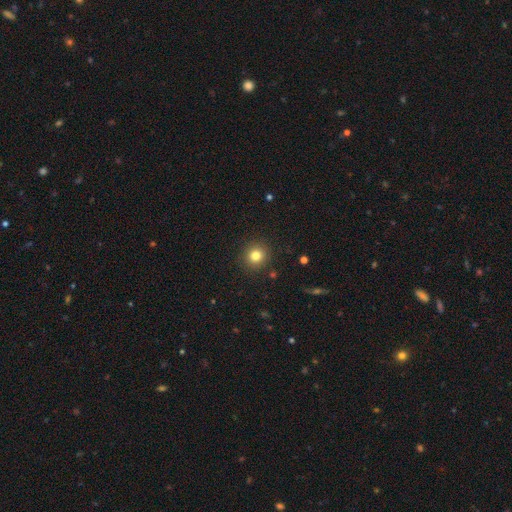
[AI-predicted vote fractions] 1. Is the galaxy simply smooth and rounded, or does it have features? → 81% smooth, 12% star or artifact, 7% featured or disk.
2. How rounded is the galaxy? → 92% round, 8% in between, 1% cigar-shaped.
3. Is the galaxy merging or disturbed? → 91% none, 6% minor disturbance, 2% major disturbance, 1% merger.